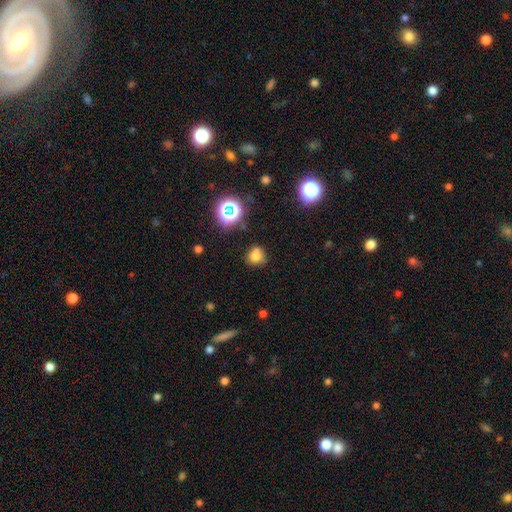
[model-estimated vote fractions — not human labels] Overall: smooth (69%). How rounded: round (79%). Merging: none (56%; merger 23%).